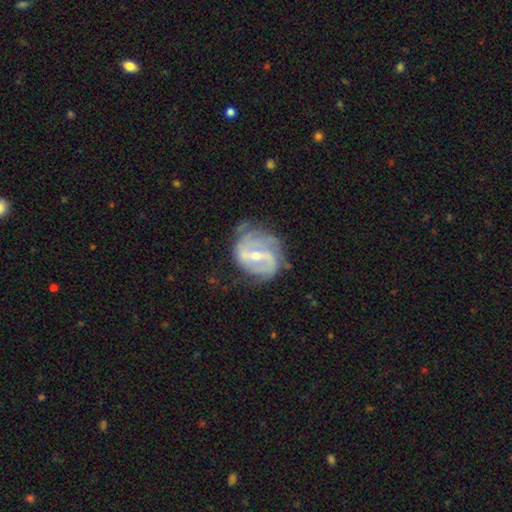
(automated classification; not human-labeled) A featured or disk galaxy (85%) with a strong bar (50%), 2 (58%) medium (43%) spiral arms (91%) and a small central bulge (51%).

Vote fractions:
- Smooth or featured? featured or disk: 85% / smooth: 9% / star or artifact: 6%
- Edge-on disk? no: 97% / yes: 3%
- Bar? strong: 50% / weak: 40% / no: 11%
- Spiral arms? yes: 91% / no: 9%
- Spiral winding? medium: 43% / tight: 34% / loose: 23%
- Spiral arm count? 2: 58% / can't tell: 19% / 3: 12% / 1: 5% / 4: 3% / more than 4: 3%
- Bulge size? small: 51% / moderate: 46% / large: 1% / none: 1% / dominant: 1%
- Merging? none: 58% / minor disturbance: 26% / major disturbance: 14% / merger: 2%